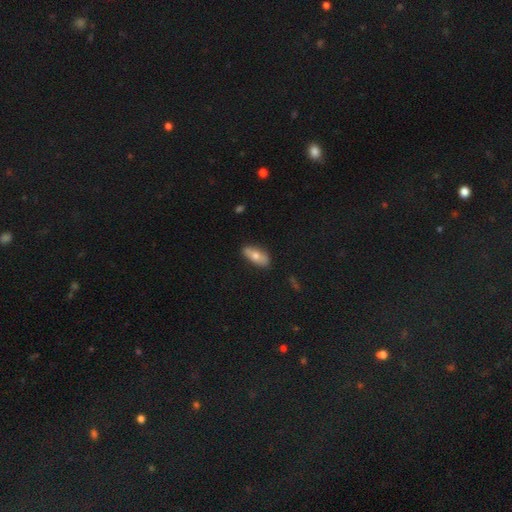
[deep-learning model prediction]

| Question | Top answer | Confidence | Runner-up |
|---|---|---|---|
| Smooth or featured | smooth | 63% | featured or disk (30%) |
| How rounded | in between | 81% | cigar-shaped (16%) |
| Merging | none | 79% | minor disturbance (16%) |